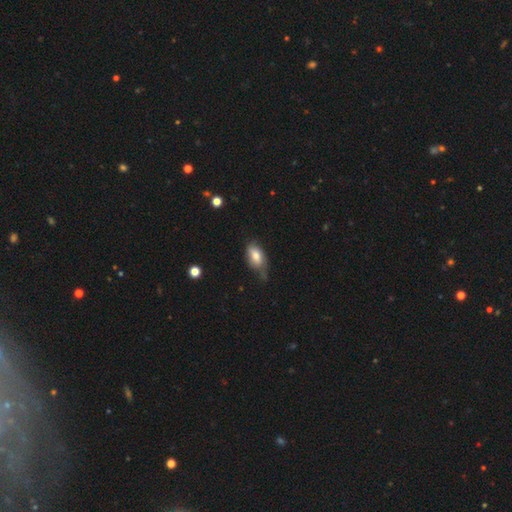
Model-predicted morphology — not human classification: type=smooth (75%); roundness=in between (90%); merging=none (40%, tied with minor disturbance).